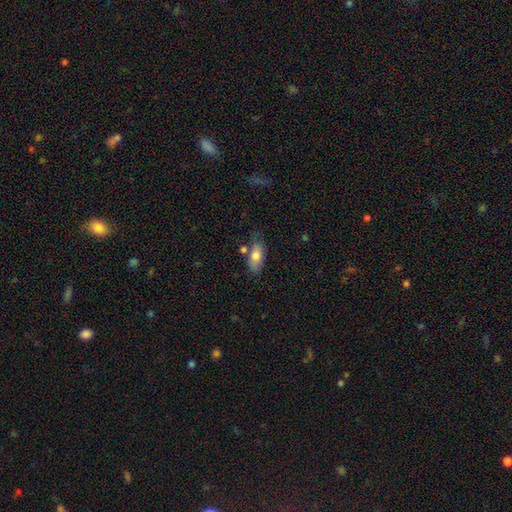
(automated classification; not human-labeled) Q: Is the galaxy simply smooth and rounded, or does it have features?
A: smooth — 77%.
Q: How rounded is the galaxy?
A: in between — 86%.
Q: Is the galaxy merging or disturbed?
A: none — 62%.